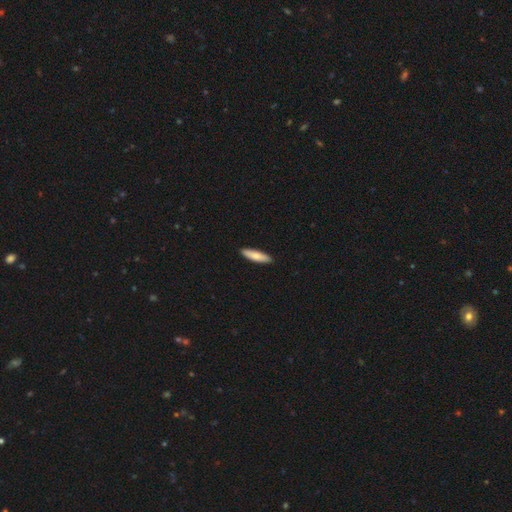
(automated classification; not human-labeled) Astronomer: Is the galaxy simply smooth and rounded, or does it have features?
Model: smooth — 77%.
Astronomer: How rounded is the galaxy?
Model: cigar-shaped — 71%.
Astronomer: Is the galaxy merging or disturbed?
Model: none — 91%.